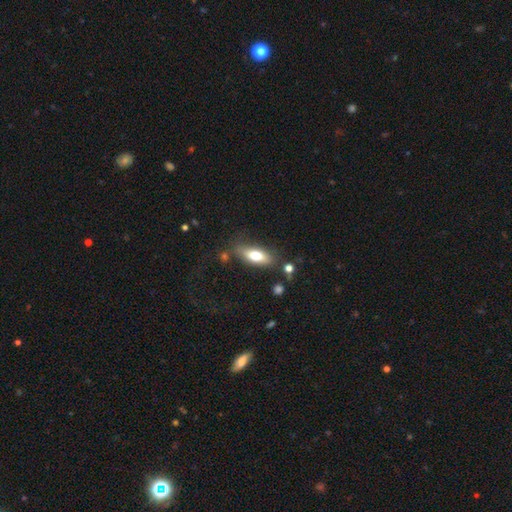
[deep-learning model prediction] smooth 71%, featured or disk 22%, star or artifact 7%. Down the decision tree: how rounded — in between (70%); merging — none (75%).